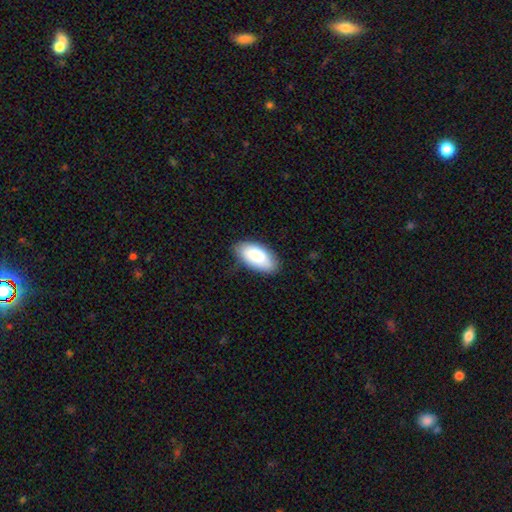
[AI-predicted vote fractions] Smooth or featured: smooth — 83% (featured or disk — 11%)
How rounded: in between — 94% (cigar-shaped — 4%)
Merging: none — 81% (minor disturbance — 15%)